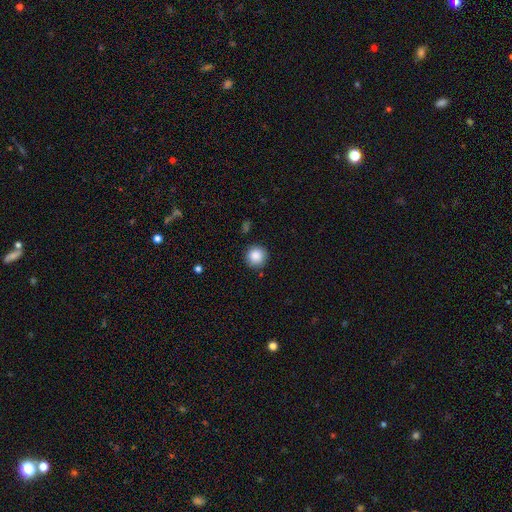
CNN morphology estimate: This appears to be a smooth galaxy with no disk features (88%) that is round (95%). Merging: none (87%).